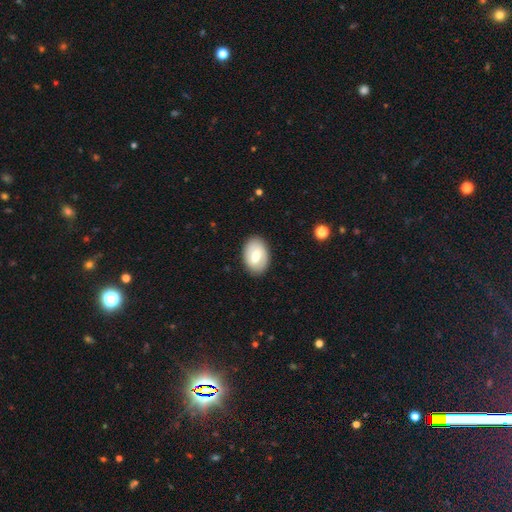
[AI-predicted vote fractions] Overall: smooth (60%; featured or disk 34%). How rounded: in between (86%). Merging: none (86%).